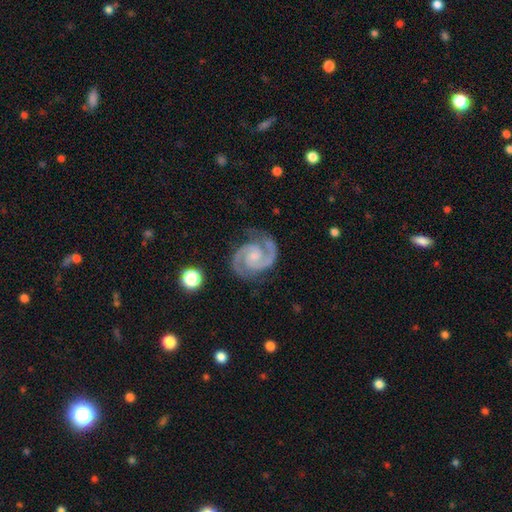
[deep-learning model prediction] Smooth or featured?
  - featured or disk: 94% *
  - star or artifact: 4%
  - smooth: 3%
Edge-on disk?
  - no: 98% *
  - yes: 2%
Bar?
  - no: 57% *
  - weak: 33%
  - strong: 10%
Spiral arms?
  - yes: 99% *
  - no: 1%
Spiral winding?
  - medium: 51% *
  - tight: 44%
  - loose: 5%
Spiral arm count?
  - 2: 94% *
  - 3: 2%
  - can't tell: 1%
  - 1: 1%
  - 4: 1%
  - more than 4: 1%
Bulge size?
  - small: 50% *
  - moderate: 28%
  - none: 20%
  - large: 2%
  - dominant: 1%
Merging?
  - none: 82% *
  - minor disturbance: 13%
  - major disturbance: 4%
  - merger: 1%